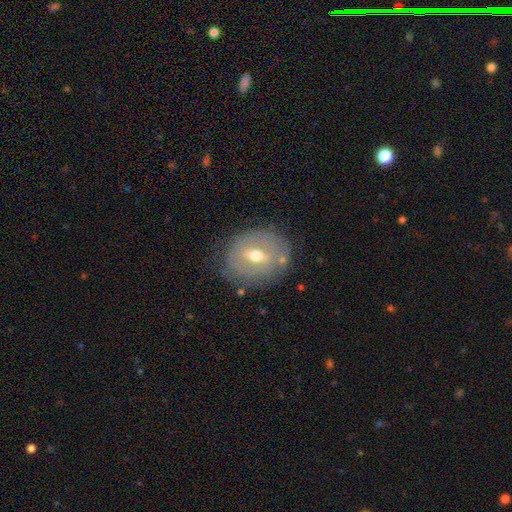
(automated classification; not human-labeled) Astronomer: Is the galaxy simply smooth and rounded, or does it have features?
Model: featured or disk — 56% (runner-up: smooth, 36%).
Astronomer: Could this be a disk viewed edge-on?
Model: no — 89%.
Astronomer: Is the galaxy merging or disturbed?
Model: none — 73%.